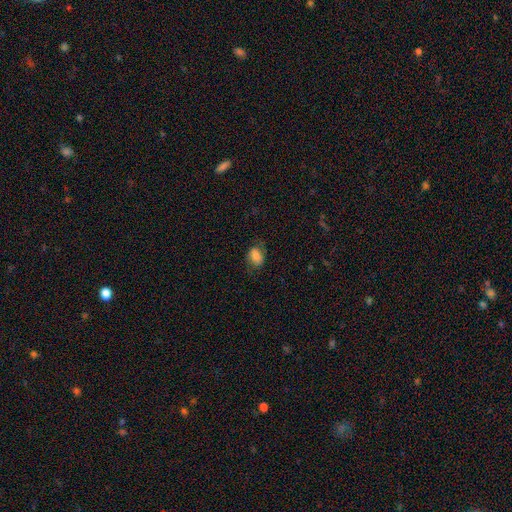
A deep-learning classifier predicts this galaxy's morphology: Q: Smooth or featured?
A: smooth (69%); runner-up: featured or disk (22%)
Q: How rounded?
A: in between (74%); runner-up: round (25%)
Q: Merging?
A: none (63%); runner-up: minor disturbance (23%)